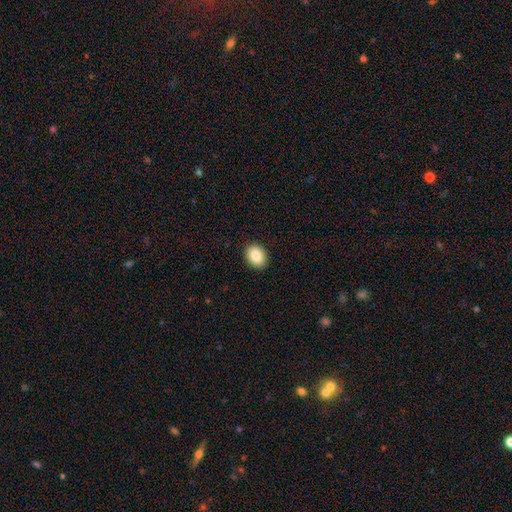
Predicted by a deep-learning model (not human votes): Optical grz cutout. It shows a smooth galaxy with no disk features (86%) that is in between round and cigar-shaped (63%). Merging: none (90%).